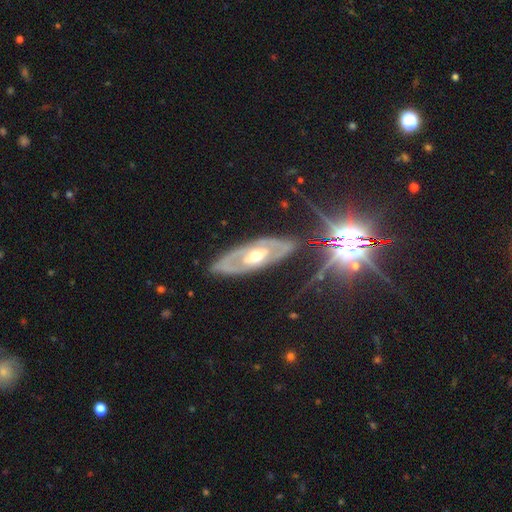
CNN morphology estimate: This is likely a featured or disk galaxy (76%). It is clearly not viewed edge-on (84%). Bar: likely no (64%). Spiral arm pattern: possibly no (52%). Central bulge: likely moderate (75%). Merging: likely none (78%).